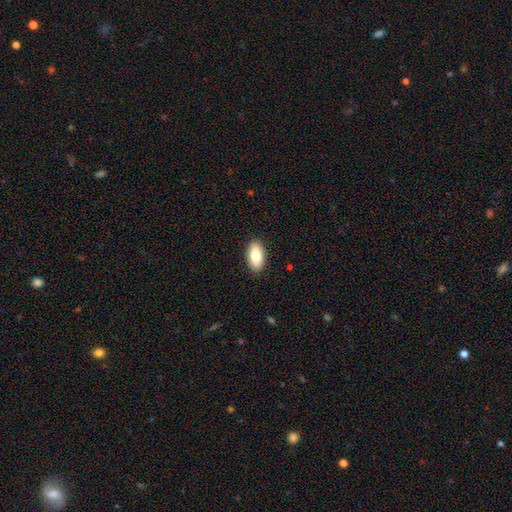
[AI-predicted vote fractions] This is clearly a smooth galaxy (82%). How rounded: clearly in between (93%). Merging: clearly none (90%).